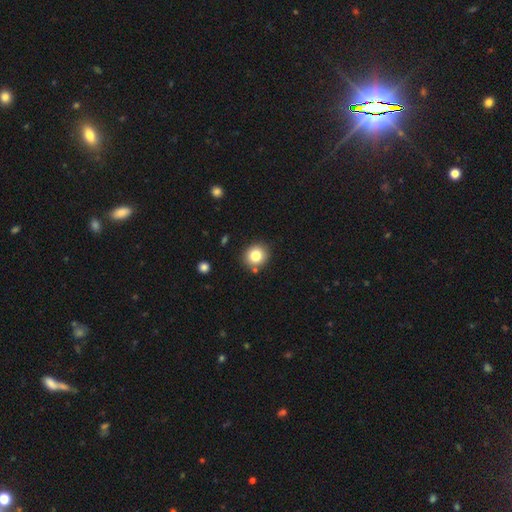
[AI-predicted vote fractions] A smooth galaxy with no disk features (81%) that is round (84%).

Vote fractions:
- Smooth or featured? smooth: 81% / star or artifact: 11% / featured or disk: 9%
- How rounded? round: 84% / in between: 15% / cigar-shaped: 1%
- Merging? none: 85% / minor disturbance: 9% / merger: 5% / major disturbance: 2%